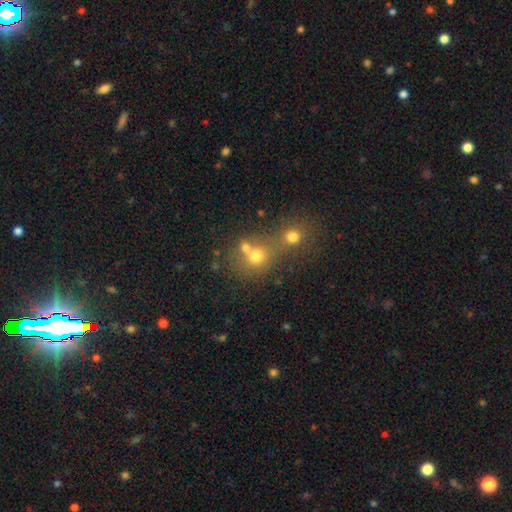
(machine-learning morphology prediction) smooth 67%, star or artifact 18%, featured or disk 15%. Down the decision tree: how rounded — round (78%); merging — merger (51%).